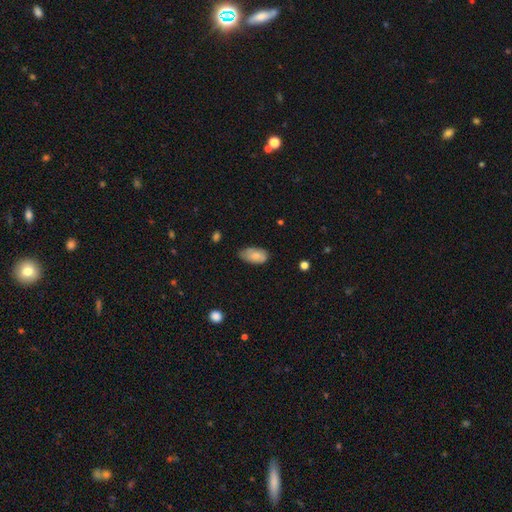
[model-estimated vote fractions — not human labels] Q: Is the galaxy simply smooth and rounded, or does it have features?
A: smooth — 80%.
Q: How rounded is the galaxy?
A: in between — 94%.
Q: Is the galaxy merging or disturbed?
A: none — 55%.